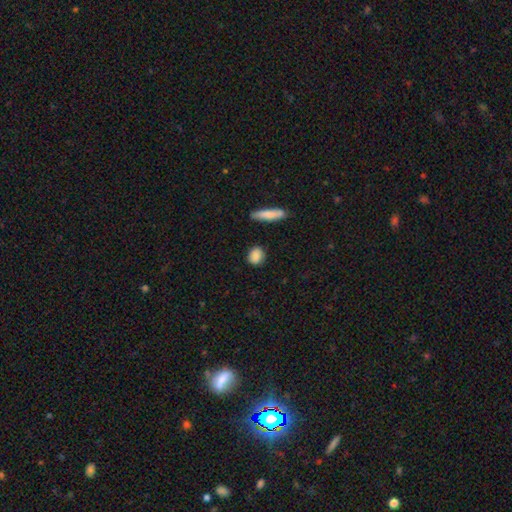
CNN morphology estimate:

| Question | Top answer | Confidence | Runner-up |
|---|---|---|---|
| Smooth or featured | smooth | 88% | star or artifact (7%) |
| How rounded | round | 55% | in between (40%) |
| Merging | none | 86% | minor disturbance (10%) |